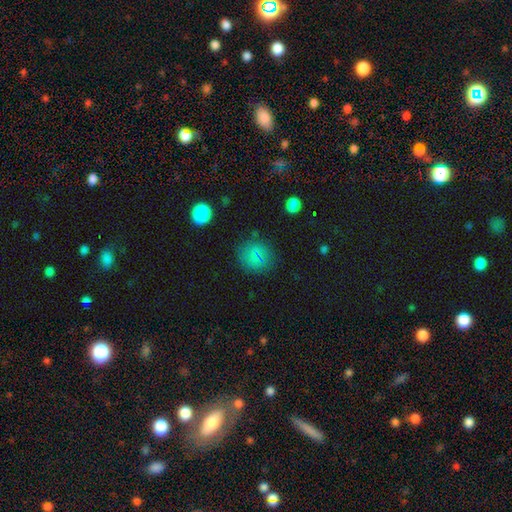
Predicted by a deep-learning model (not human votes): A smooth galaxy with no disk features (69%) that is round (85%). Merging: none (85%).